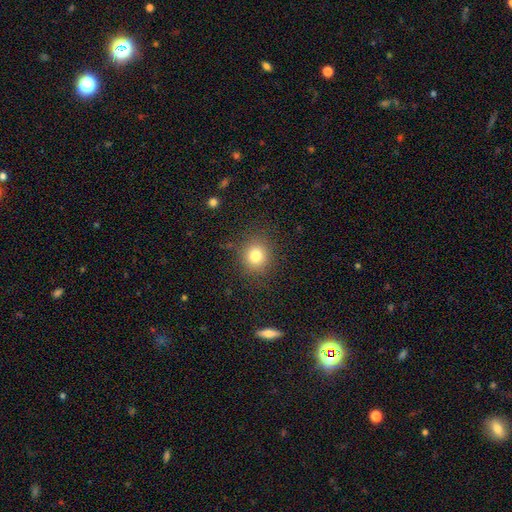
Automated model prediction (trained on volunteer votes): This is likely a smooth galaxy (79%). How rounded: clearly round (86%). Merging: clearly none (86%).